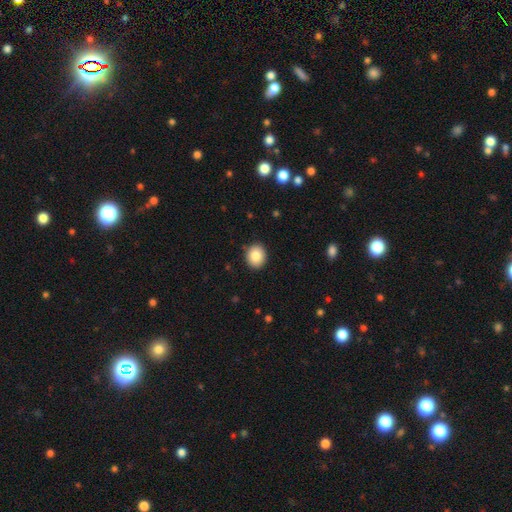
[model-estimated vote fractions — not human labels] Overall: smooth (84%). How rounded: round (69%; in between 30%). Merging: none (90%).